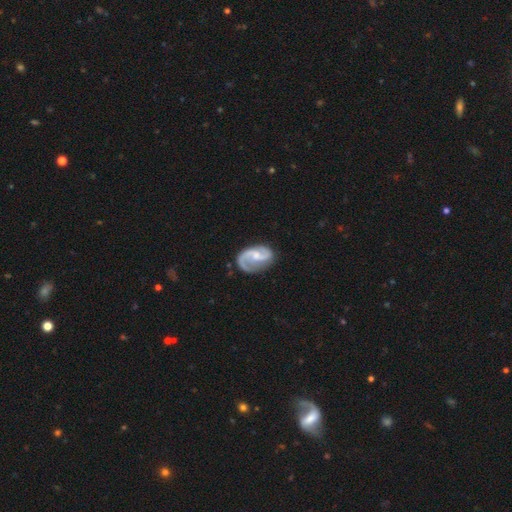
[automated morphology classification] featured or disk 87%, smooth 8%, star or artifact 4%. Down the decision tree: edge-on disk — no (98%); bar — weak (46%); spiral arms — yes (97%); spiral arm count — 2 (87%); spiral winding — medium (50%); bulge size — moderate (43%); merging — none (70%).